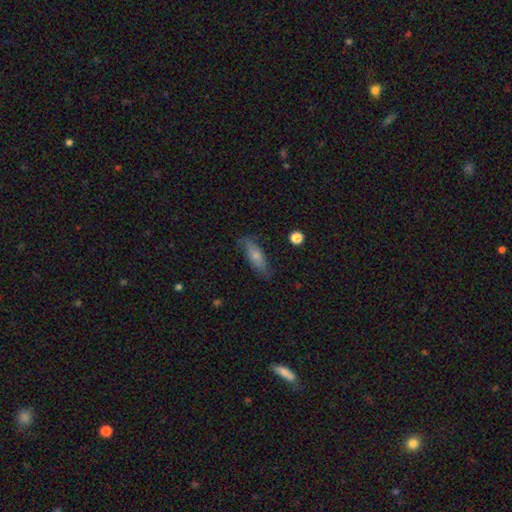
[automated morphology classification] A smooth galaxy with no disk features (68%) that is in between round and cigar-shaped (57%).

Vote fractions:
- Smooth or featured? smooth: 68% / featured or disk: 25% / star or artifact: 7%
- How rounded? in between: 57% / cigar-shaped: 41% / round: 3%
- Merging? none: 74% / minor disturbance: 19% / major disturbance: 5% / merger: 1%